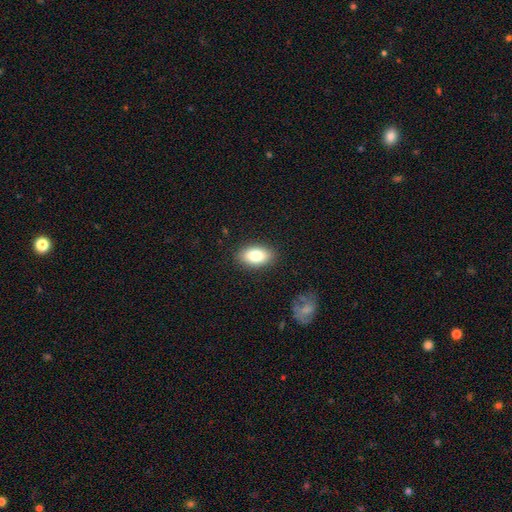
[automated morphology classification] This appears to be a smooth galaxy with no disk features (80%) that is in between round and cigar-shaped (89%). Merging: none (88%).